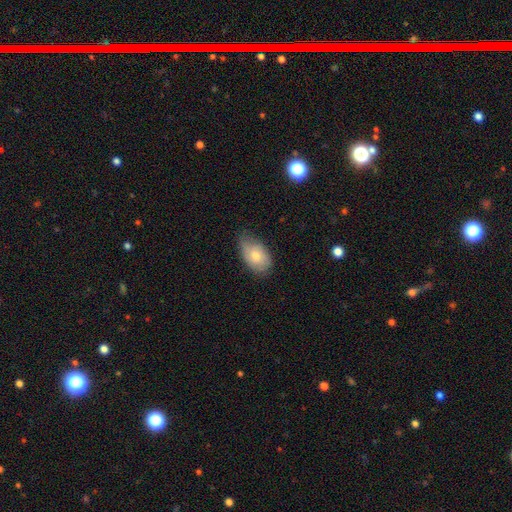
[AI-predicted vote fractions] smooth_or_featured: smooth (p=0.71) [alt: featured or disk p=0.23]
how_rounded: in between (p=0.90) [alt: round p=0.09]
merging: none (p=0.60) [alt: minor disturbance p=0.32]